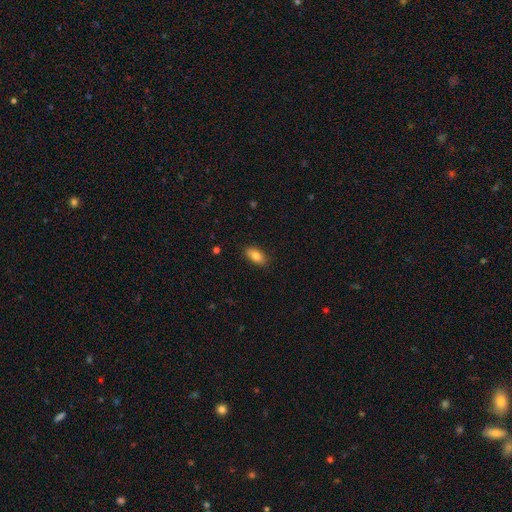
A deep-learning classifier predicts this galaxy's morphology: Smooth or featured? Predicted: smooth (p=0.82). How rounded? Predicted: in between (p=0.89). Merging? Predicted: none (p=0.88).